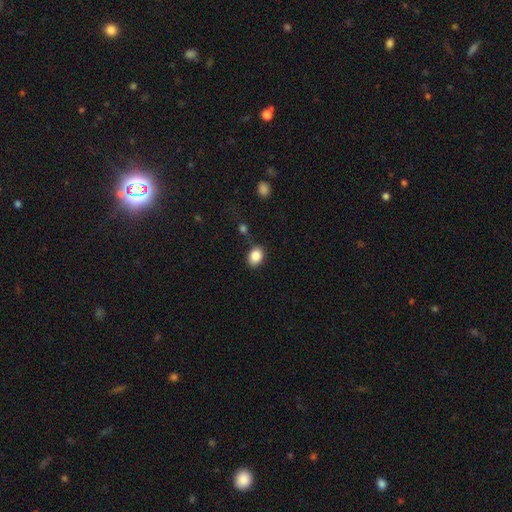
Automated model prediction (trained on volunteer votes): This appears to be a smooth galaxy with no disk features (86%) that is in between round and cigar-shaped (63%). Merging: none (72%).